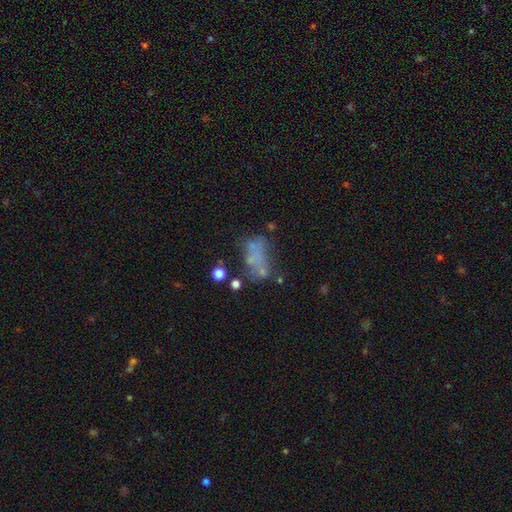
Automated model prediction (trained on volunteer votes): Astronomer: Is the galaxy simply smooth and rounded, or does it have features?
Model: featured or disk — 41% (runner-up: smooth, 40%).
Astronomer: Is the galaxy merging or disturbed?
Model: none — 36% (runner-up: major disturbance, 24%).